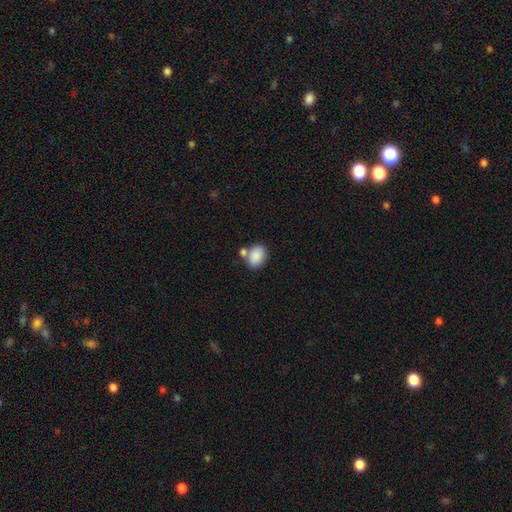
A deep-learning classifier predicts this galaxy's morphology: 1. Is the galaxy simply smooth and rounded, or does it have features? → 87% smooth, 8% star or artifact, 5% featured or disk.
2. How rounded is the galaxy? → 77% in between, 22% round, 1% cigar-shaped.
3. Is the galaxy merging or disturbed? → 57% none, 25% merger, 14% minor disturbance, 4% major disturbance.